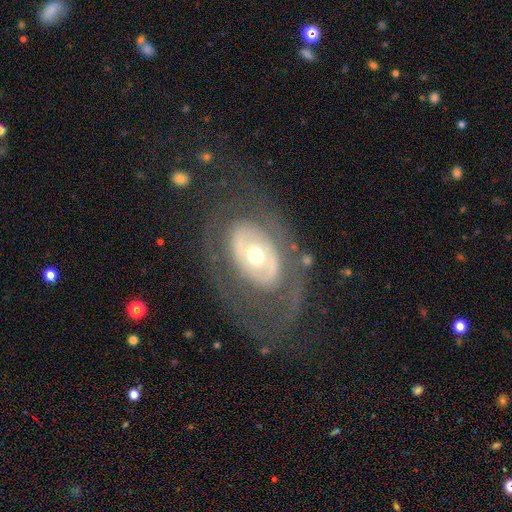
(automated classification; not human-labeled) Smooth or featured? Predicted: featured or disk (p=0.74). Edge-on disk? Predicted: no (p=0.93). Bar? Predicted: no (p=0.73). Spiral arms? Predicted: no (p=0.53). Bulge size? Predicted: moderate (p=0.63). Merging? Predicted: none (p=0.67).